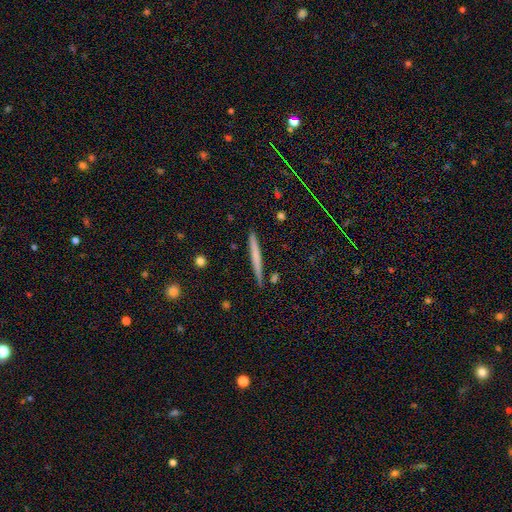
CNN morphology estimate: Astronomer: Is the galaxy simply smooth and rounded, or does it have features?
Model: smooth — 56% (runner-up: featured or disk, 36%).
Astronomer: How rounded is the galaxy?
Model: cigar-shaped — 96%.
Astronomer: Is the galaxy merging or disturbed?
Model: none — 88%.